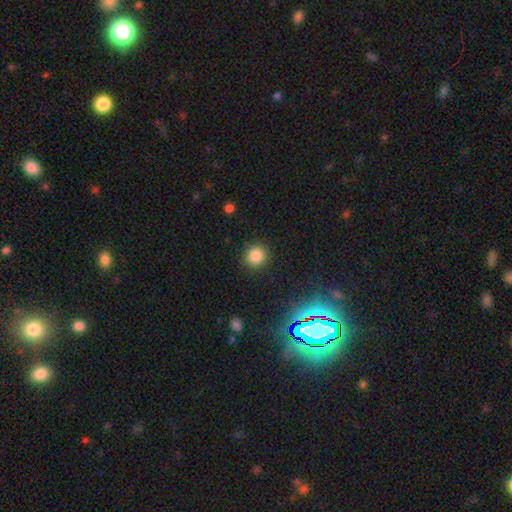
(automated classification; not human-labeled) smooth-or-featured: smooth: 82% | star or artifact: 13% | featured or disk: 4%
  how-rounded: round: 90% | in between: 9% | cigar-shaped: 1%
  merging: none: 90% | minor disturbance: 7% | major disturbance: 3% | merger: 1%